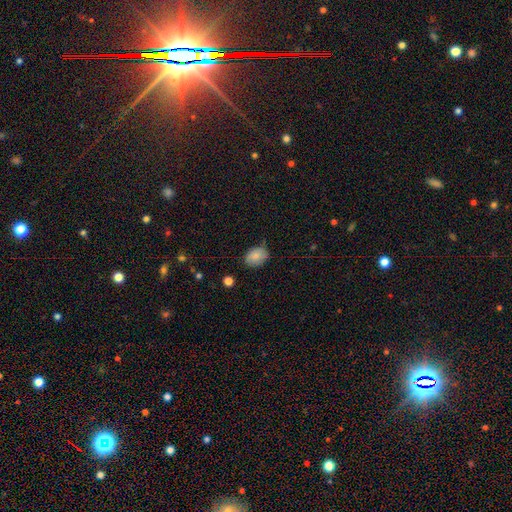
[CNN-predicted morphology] Smooth or featured? smooth (82%)
How rounded? in between (71%)
Merging? none (66%)